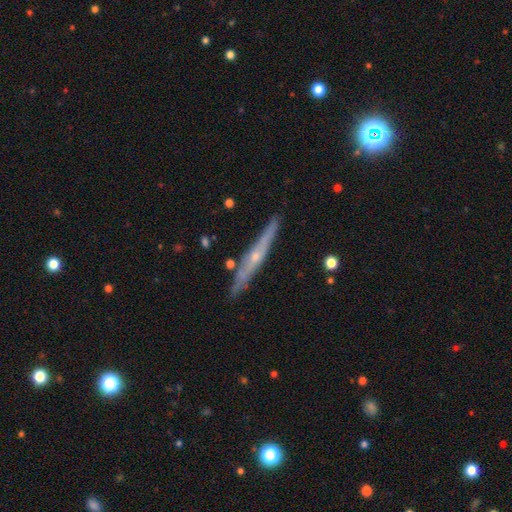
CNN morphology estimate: This appears to be a featured or disk galaxy (70%) viewed edge-on (94%) with a rounded central bulge (65%). Merging: none (86%).